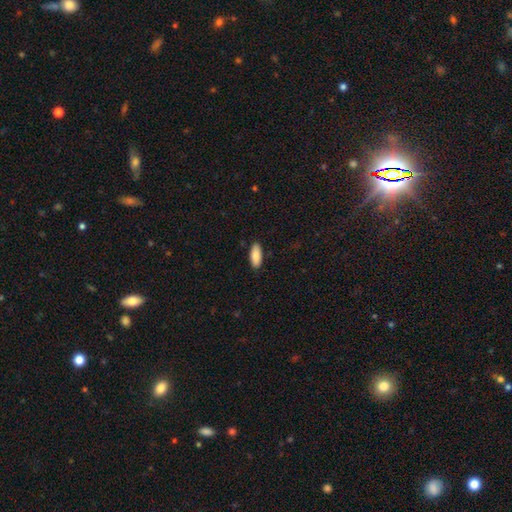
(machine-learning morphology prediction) The model was most divided on "how rounded": in between: 79%, cigar-shaped: 19%, round: 2%. More confident: merging — none (89%); smooth or featured — smooth (86%).